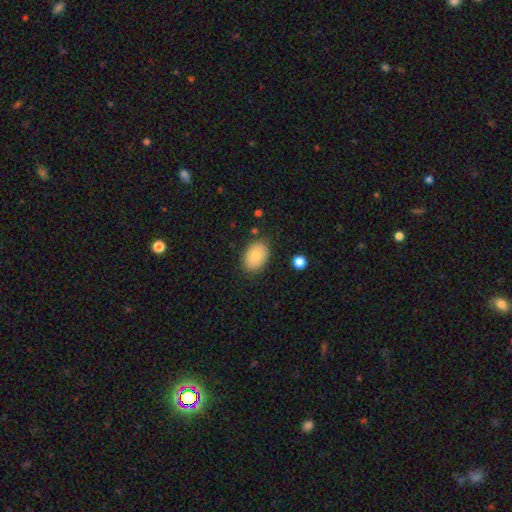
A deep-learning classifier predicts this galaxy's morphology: A smooth galaxy with no disk features (82%) that is in between round and cigar-shaped (83%). Merging: none (82%).